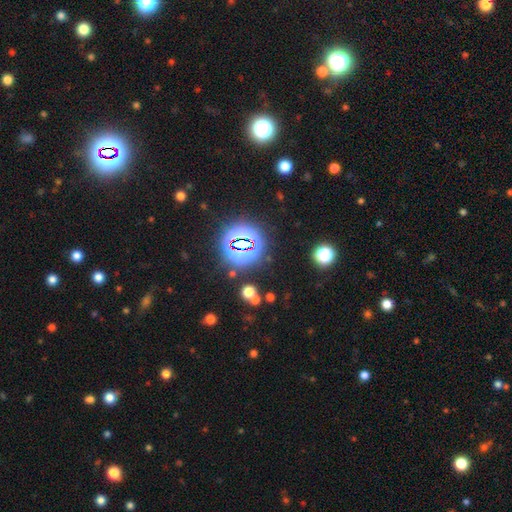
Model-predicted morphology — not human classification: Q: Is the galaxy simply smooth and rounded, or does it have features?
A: star or artifact — 80%.